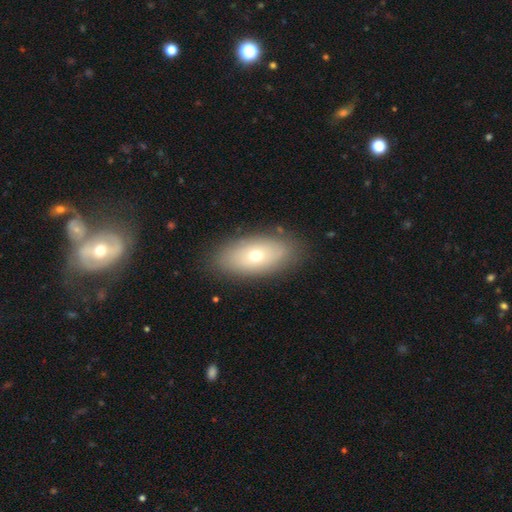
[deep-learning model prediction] smooth 61%, featured or disk 30%, star or artifact 9%. Down the decision tree: how rounded — in between (88%); merging — none (85%).